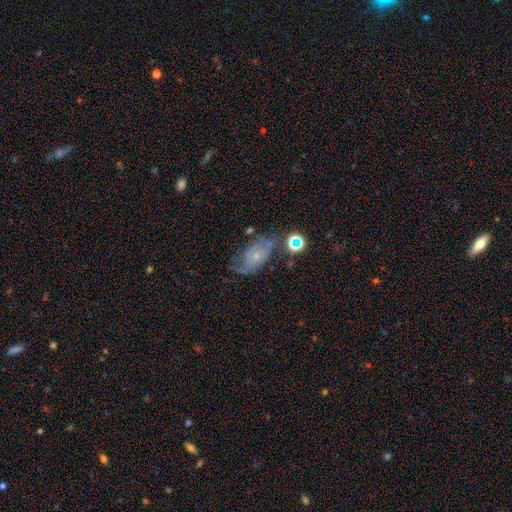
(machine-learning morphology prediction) This is possibly a featured or disk galaxy (59%). It is clearly not viewed edge-on (95%). Bar: likely no (78%). Spiral arm pattern: likely yes (75%). Central bulge: likely small (72%). Merging: marginally none (43%).